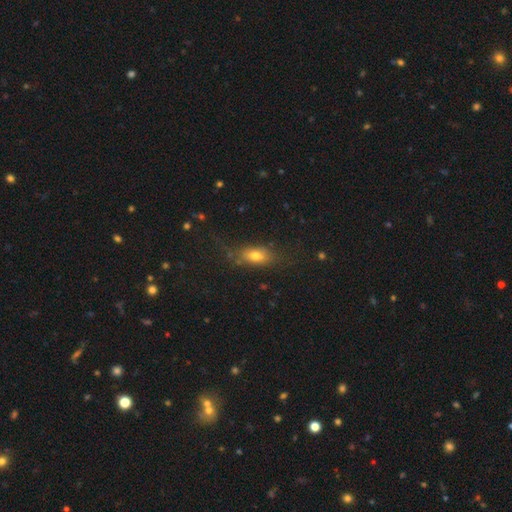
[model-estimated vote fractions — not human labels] Q: Smooth or featured?
A: smooth (73%); runner-up: featured or disk (15%)
Q: How rounded?
A: in between (77%); runner-up: cigar-shaped (13%)
Q: Merging?
A: none (69%); runner-up: minor disturbance (19%)